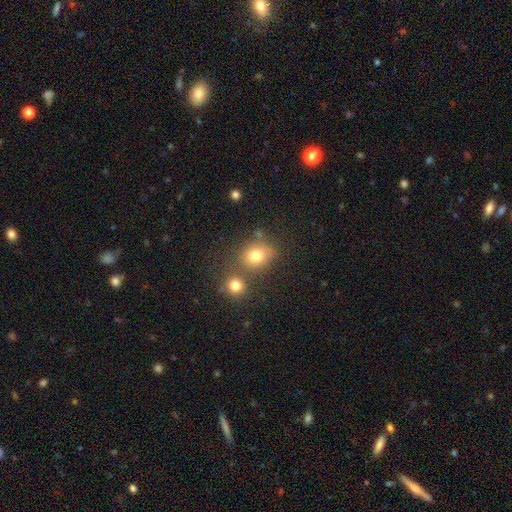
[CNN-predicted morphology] Smooth or featured? Predicted: smooth (p=0.76). How rounded? Predicted: round (p=0.58). Merging? Predicted: none (p=0.55).